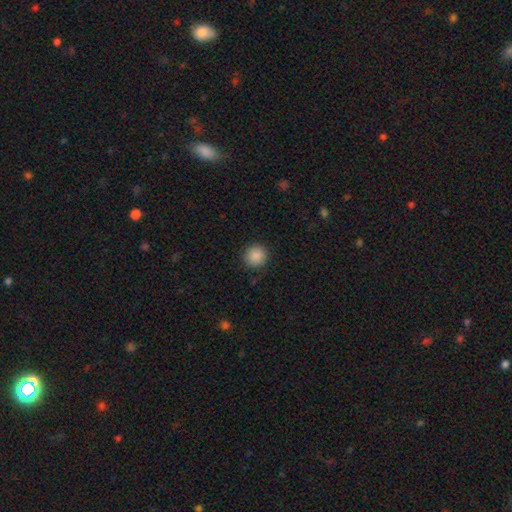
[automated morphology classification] type=smooth (88%); roundness=round (93%); merging=none (90%).